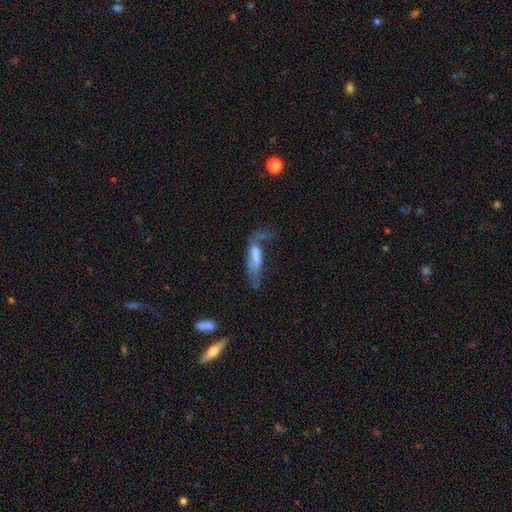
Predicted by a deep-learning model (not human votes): A smooth galaxy with no disk features (51%) that is cigar-shaped (51%). Merging: major disturbance (39%).